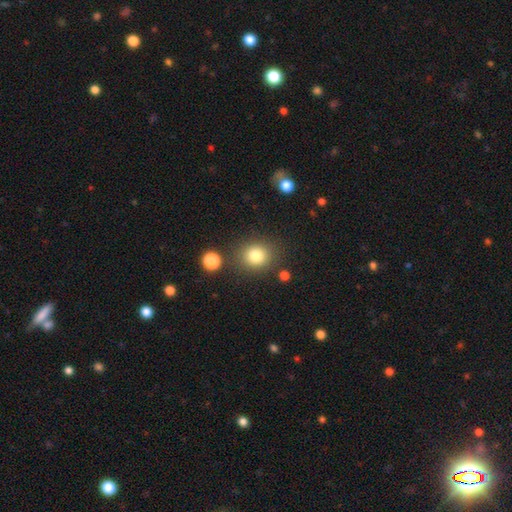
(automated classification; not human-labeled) Morphology: type=smooth (81%); roundness=round (78%); merging=none (82%).